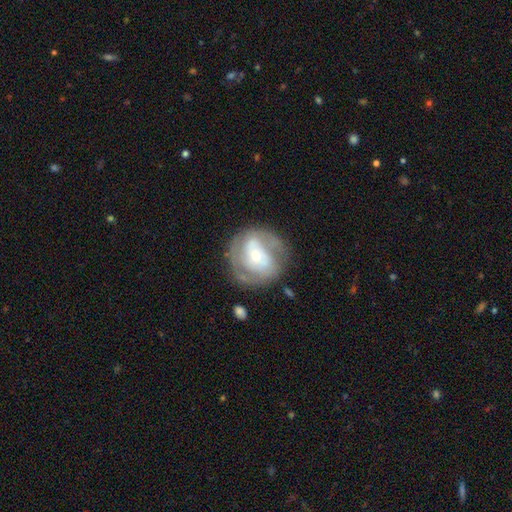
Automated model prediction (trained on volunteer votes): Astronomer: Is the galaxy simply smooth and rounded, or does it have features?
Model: featured or disk — 73%.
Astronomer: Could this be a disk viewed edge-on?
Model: no — 97%.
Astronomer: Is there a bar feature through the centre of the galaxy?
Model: no — 57%.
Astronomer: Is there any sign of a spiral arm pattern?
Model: yes — 75%.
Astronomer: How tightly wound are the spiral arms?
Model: tight — 49% (runner-up: medium, 37%).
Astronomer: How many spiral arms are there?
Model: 2 — 55%.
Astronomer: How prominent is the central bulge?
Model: small — 54% (runner-up: moderate, 39%).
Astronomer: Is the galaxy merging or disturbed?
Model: none — 67%.